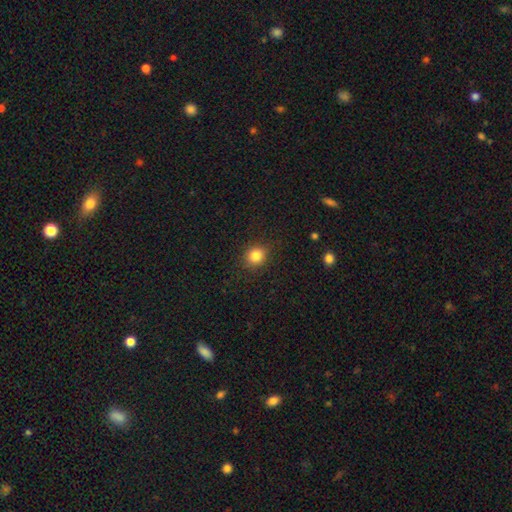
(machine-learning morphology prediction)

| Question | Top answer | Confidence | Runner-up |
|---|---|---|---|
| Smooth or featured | smooth | 84% | star or artifact (11%) |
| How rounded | round | 80% | in between (19%) |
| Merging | none | 88% | minor disturbance (9%) |